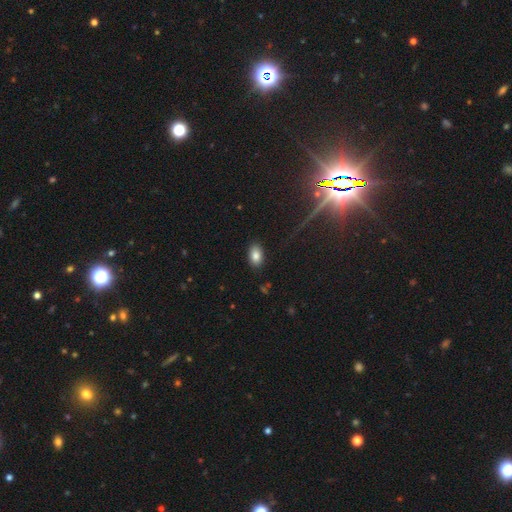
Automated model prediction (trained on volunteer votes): A smooth galaxy with no disk features (83%) that is in between round and cigar-shaped (90%). Merging: none (87%).